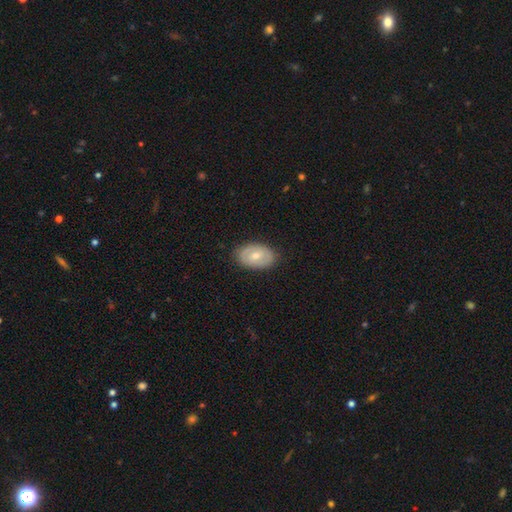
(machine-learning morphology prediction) Smooth or featured?
  - smooth: 51% *
  - featured or disk: 43%
  - star or artifact: 6%
How rounded?
  - in between: 86% *
  - round: 13%
  - cigar-shaped: 1%
Merging?
  - none: 84% *
  - minor disturbance: 12%
  - major disturbance: 3%
  - merger: 1%